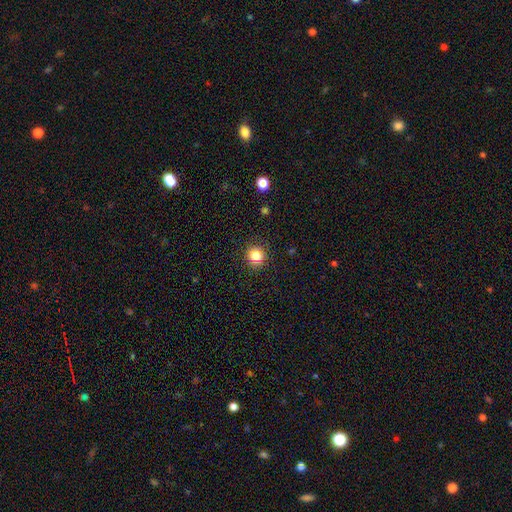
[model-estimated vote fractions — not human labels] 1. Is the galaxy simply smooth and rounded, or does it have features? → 80% smooth, 13% star or artifact, 7% featured or disk.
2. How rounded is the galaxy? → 89% round, 10% in between, 1% cigar-shaped.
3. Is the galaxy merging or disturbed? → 89% none, 7% minor disturbance, 2% major disturbance, 1% merger.